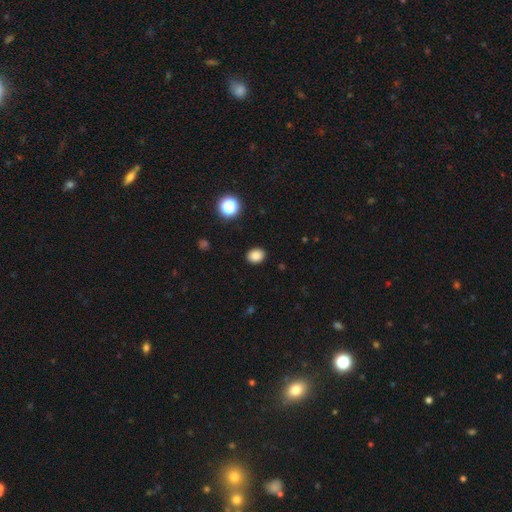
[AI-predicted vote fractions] This appears to be a smooth galaxy with no disk features (86%) that is in between round and cigar-shaped (55%). Merging: none (90%).